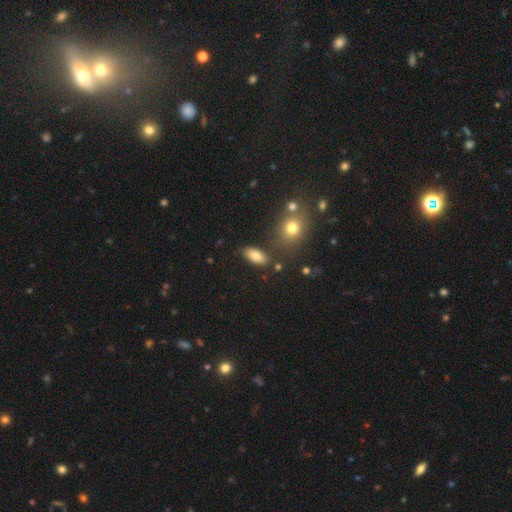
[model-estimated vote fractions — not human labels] smooth 84%, star or artifact 9%, featured or disk 7%. Down the decision tree: how rounded — in between (88%); merging — none (77%).